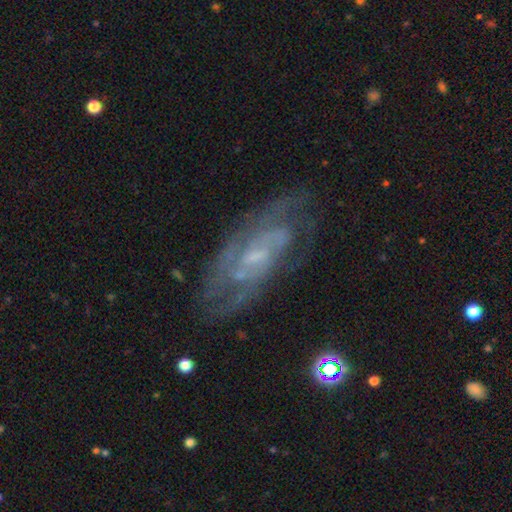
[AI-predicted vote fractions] smooth-or-featured: featured or disk: 81% | smooth: 11% | star or artifact: 8%
  disk-edge-on: no: 91% | yes: 9%
    bar: no: 45% | weak: 44% | strong: 11%
    has-spiral-arms: yes: 89% | no: 11%
      spiral-winding: tight: 50% | medium: 39% | loose: 11%
      spiral-arm-count: can't tell: 41% | 2: 33% | 3: 12% | 4: 6% | 1: 5% | more than 4: 4%
    bulge-size: small: 58% | moderate: 22% | none: 17% | large: 2% | dominant: 1%
  merging: none: 71% | minor disturbance: 18% | major disturbance: 9% | merger: 2%